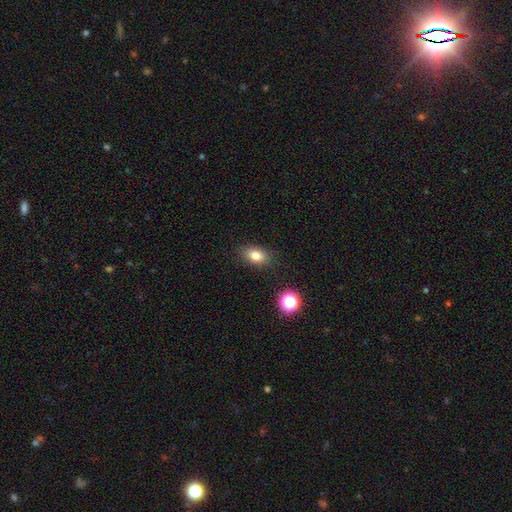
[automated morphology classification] smooth_or_featured: smooth (p=0.81) [alt: star or artifact p=0.11]
how_rounded: in between (p=0.83) [alt: round p=0.15]
merging: none (p=0.86) [alt: minor disturbance p=0.10]